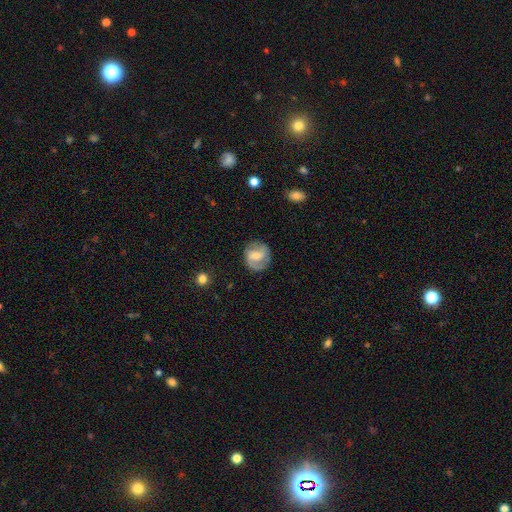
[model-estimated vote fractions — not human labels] smooth_or_featured: featured or disk (p=0.71) [alt: smooth p=0.23]
disk_edge_on: no (p=0.98) [alt: yes p=0.02]
bar: weak (p=0.51) [alt: no p=0.26]
has_spiral_arms: yes (p=0.90) [alt: no p=0.10]
spiral_winding: medium (p=0.48) [alt: tight p=0.29]
spiral_arm_count: 2 (p=0.83) [alt: can't tell p=0.08]
bulge_size: moderate (p=0.51) [alt: small p=0.40]
merging: none (p=0.78) [alt: minor disturbance p=0.15]